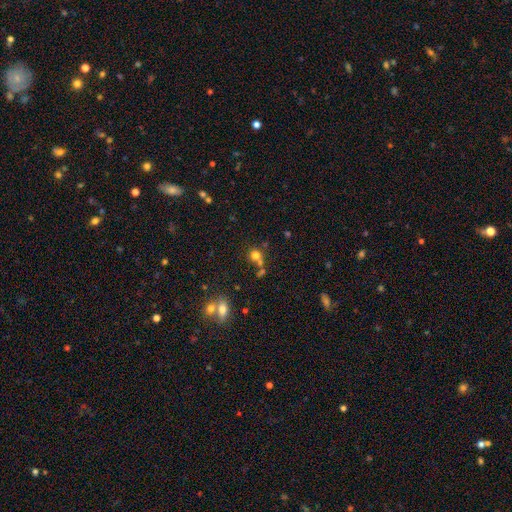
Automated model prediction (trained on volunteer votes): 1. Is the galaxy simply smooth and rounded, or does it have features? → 74% smooth, 16% star or artifact, 10% featured or disk.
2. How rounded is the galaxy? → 85% round, 14% in between, 1% cigar-shaped.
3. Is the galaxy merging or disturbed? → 53% none, 31% merger, 10% minor disturbance, 5% major disturbance.